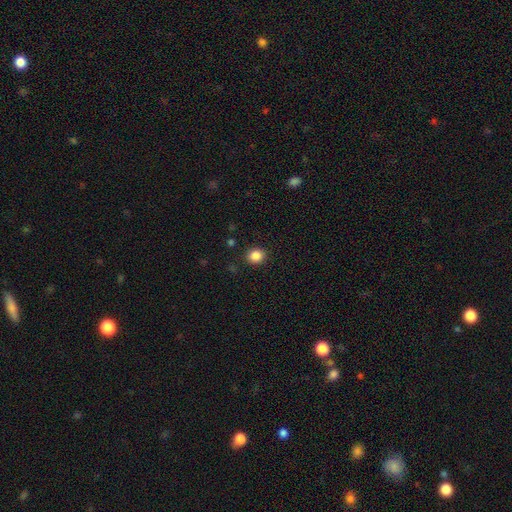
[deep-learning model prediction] Q: Smooth or featured?
A: smooth (86%); runner-up: star or artifact (10%)
Q: How rounded?
A: round (74%); runner-up: in between (25%)
Q: Merging?
A: none (89%); runner-up: minor disturbance (7%)